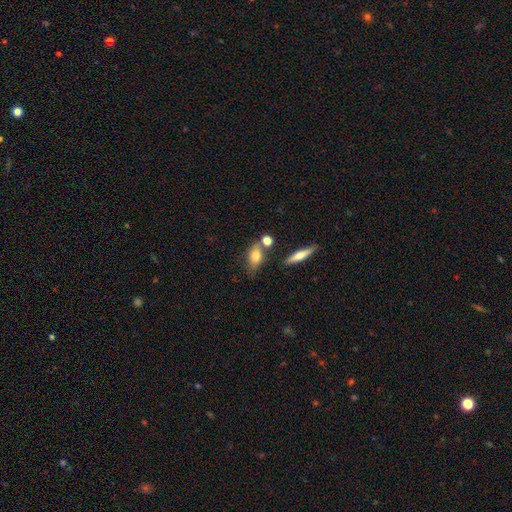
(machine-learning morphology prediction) Q: Smooth or featured?
A: smooth (74%); runner-up: featured or disk (17%)
Q: How rounded?
A: in between (73%); runner-up: cigar-shaped (14%)
Q: Merging?
A: none (57%); runner-up: merger (20%)